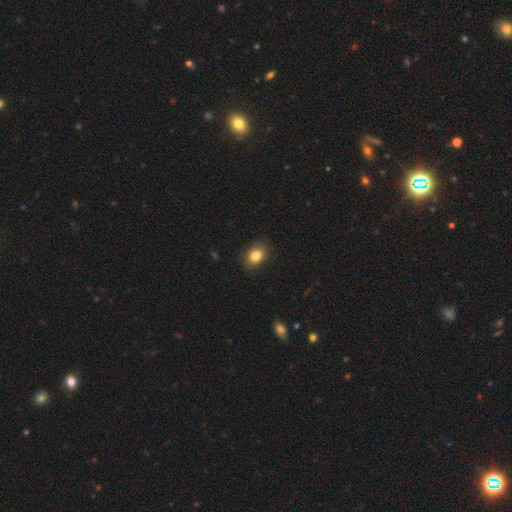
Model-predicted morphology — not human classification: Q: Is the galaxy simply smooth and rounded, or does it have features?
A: smooth — 85%.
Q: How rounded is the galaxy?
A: in between — 75%.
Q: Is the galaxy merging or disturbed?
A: none — 88%.